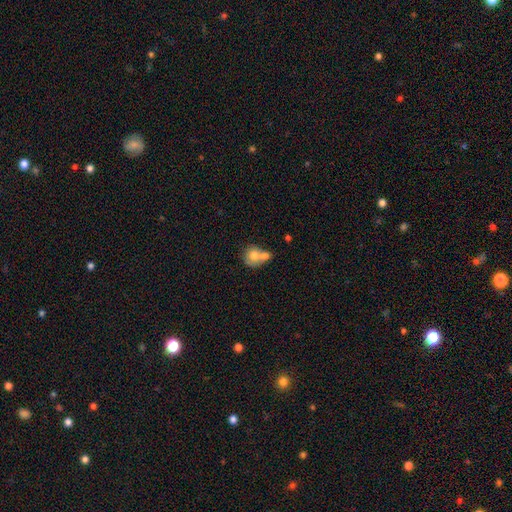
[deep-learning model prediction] smooth_or_featured: smooth (p=0.69) [alt: featured or disk p=0.24]
how_rounded: round (p=0.69) [alt: in between p=0.30]
merging: merger (p=0.64) [alt: none p=0.22]